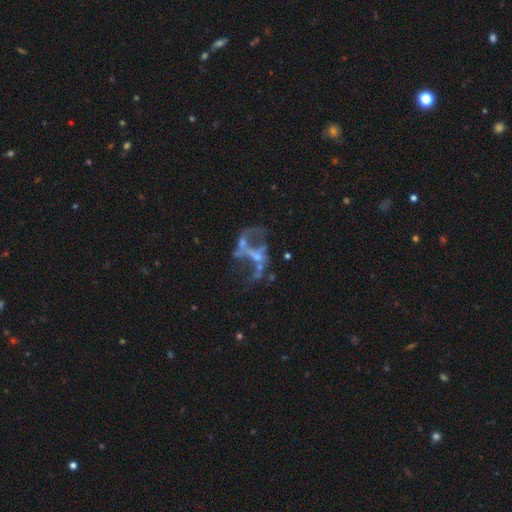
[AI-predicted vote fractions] Smooth or featured? Predicted: featured or disk (p=0.70). Edge-on disk? Predicted: no (p=0.96). Bar? Predicted: no (p=0.65). Spiral arms? Predicted: no (p=0.62). Bulge size? Predicted: none (p=0.49). Merging? Predicted: none (p=0.33, tied with major disturbance).